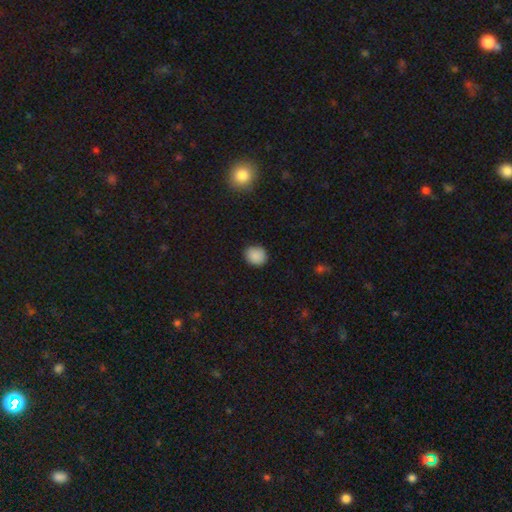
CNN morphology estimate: smooth_or_featured: smooth (p=0.88) [alt: star or artifact p=0.09]
how_rounded: round (p=0.80) [alt: in between p=0.19]
merging: none (p=0.88) [alt: minor disturbance p=0.09]